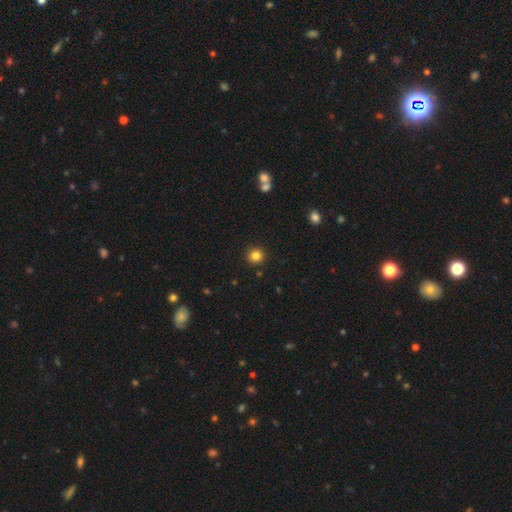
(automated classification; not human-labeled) Overall: smooth (83%). How rounded: round (93%). Merging: none (91%).